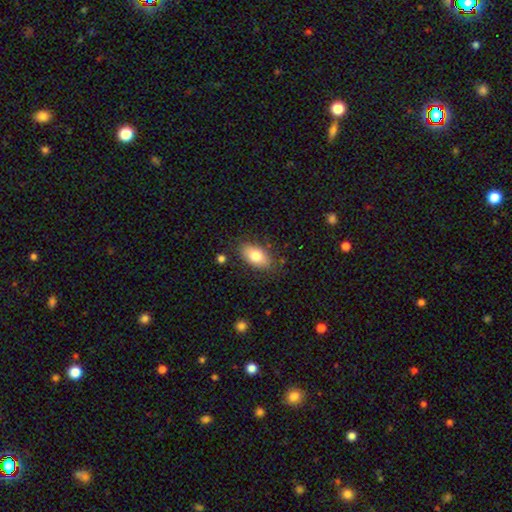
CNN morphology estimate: smooth 79%, featured or disk 14%, star or artifact 7%. Down the decision tree: how rounded — in between (92%); merging — none (82%).